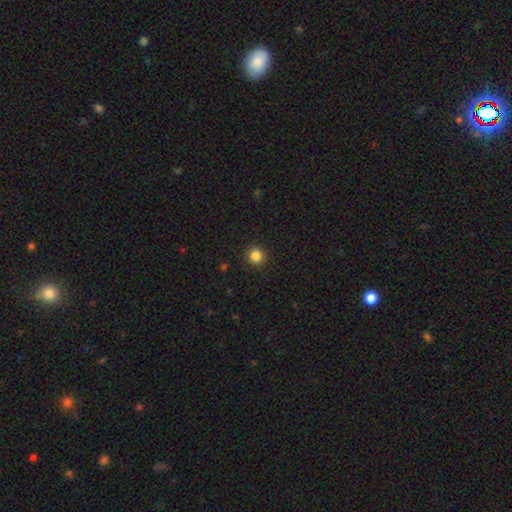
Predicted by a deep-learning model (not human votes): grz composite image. It shows a smooth galaxy with no disk features (86%) that is round (93%). Merging: none (92%).